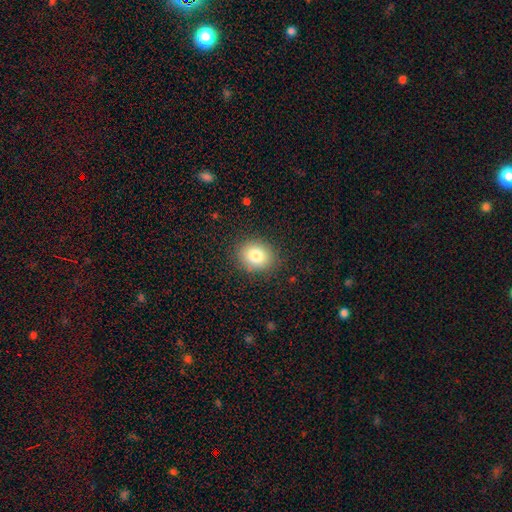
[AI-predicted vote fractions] smooth-or-featured: smooth: 81% | star or artifact: 10% | featured or disk: 8%
  how-rounded: round: 62% | in between: 37% | cigar-shaped: 1%
  merging: none: 87% | minor disturbance: 9% | major disturbance: 3% | merger: 1%